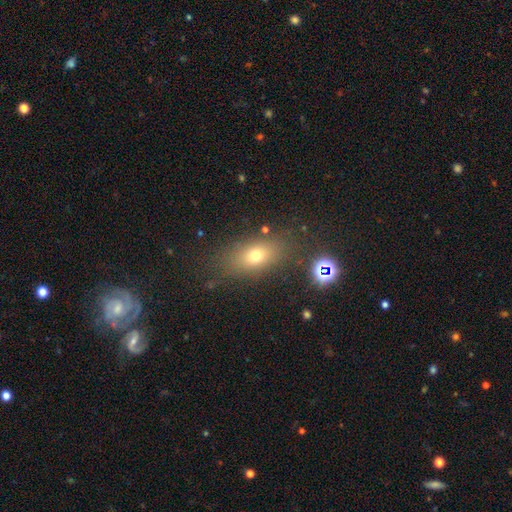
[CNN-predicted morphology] smooth-or-featured: smooth: 68% | star or artifact: 16% | featured or disk: 16%
  how-rounded: in between: 76% | round: 16% | cigar-shaped: 8%
  merging: none: 79% | minor disturbance: 12% | major disturbance: 5% | merger: 3%